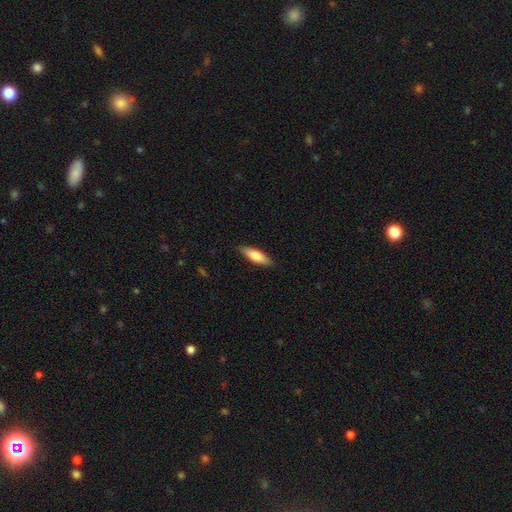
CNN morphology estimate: A smooth galaxy with no disk features (70%) that is cigar-shaped (55%).

Vote fractions:
- Smooth or featured? smooth: 70% / featured or disk: 25% / star or artifact: 6%
- How rounded? cigar-shaped: 55% / in between: 43% / round: 2%
- Merging? none: 88% / minor disturbance: 9% / major disturbance: 2% / merger: 1%